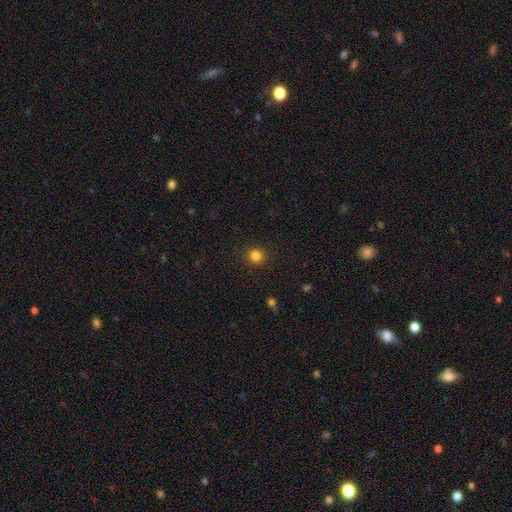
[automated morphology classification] type=smooth (83%); roundness=round (92%); merging=none (90%).